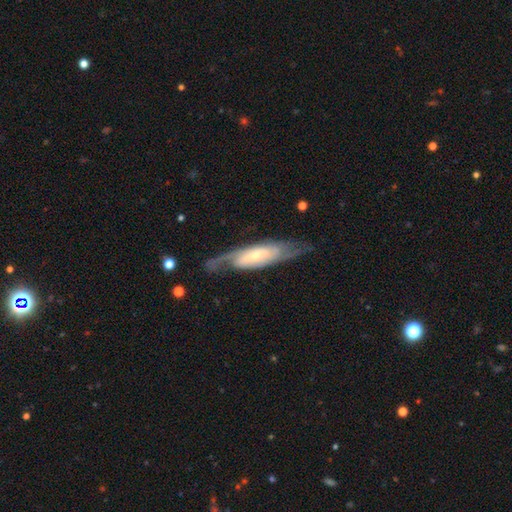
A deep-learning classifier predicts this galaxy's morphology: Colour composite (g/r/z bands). It shows a featured or disk galaxy (76%) with no bar (50%), 2 (68%) medium (42%) spiral arms (88%) and a small central bulge (66%). Merging: none (66%).